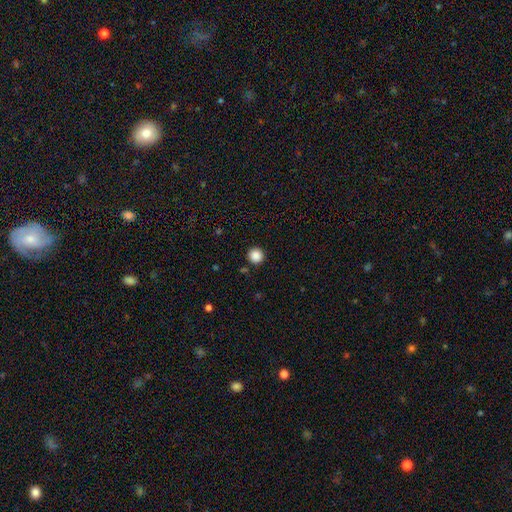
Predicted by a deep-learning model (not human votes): A smooth galaxy with no disk features (87%) that is round (95%). Merging: none (92%).